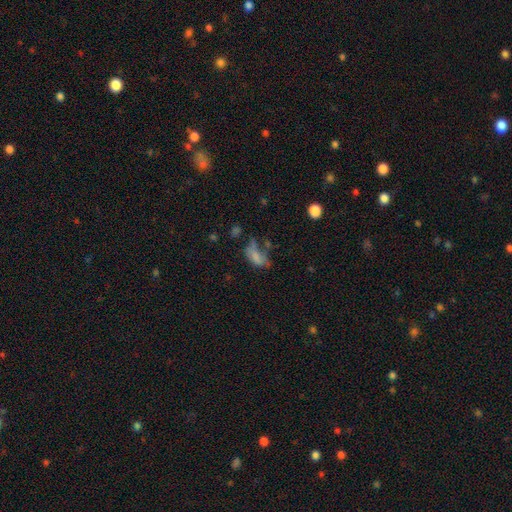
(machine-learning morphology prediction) Q: Smooth or featured?
A: smooth (62%); runner-up: featured or disk (24%)
Q: How rounded?
A: in between (88%); runner-up: cigar-shaped (6%)
Q: Merging?
A: major disturbance (36%); runner-up: none (26%)